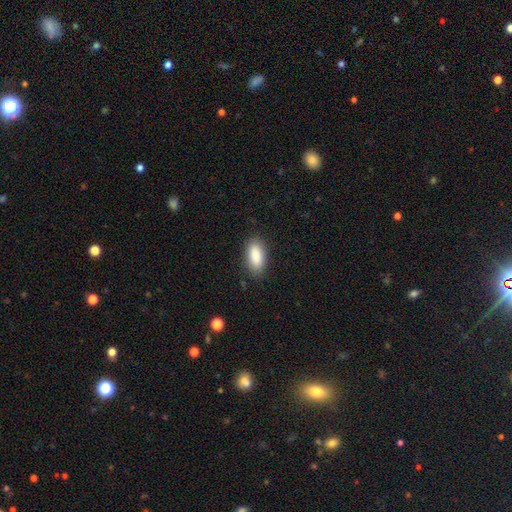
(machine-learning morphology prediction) A smooth galaxy with no disk features (89%) that is in between round and cigar-shaped (88%). Merging: none (85%).